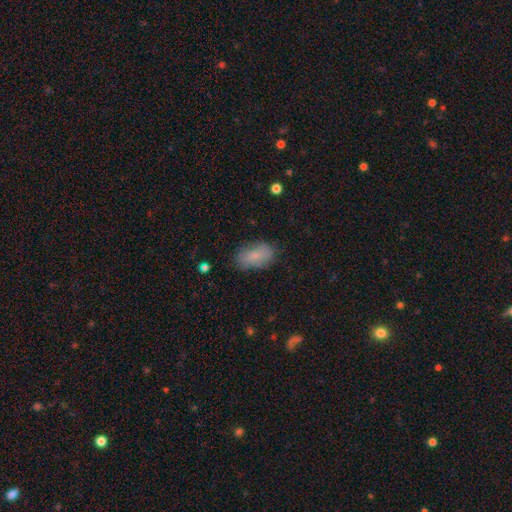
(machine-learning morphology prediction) This appears to be a smooth galaxy with no disk features (81%) that is in between round and cigar-shaped (92%). Merging: none (78%).